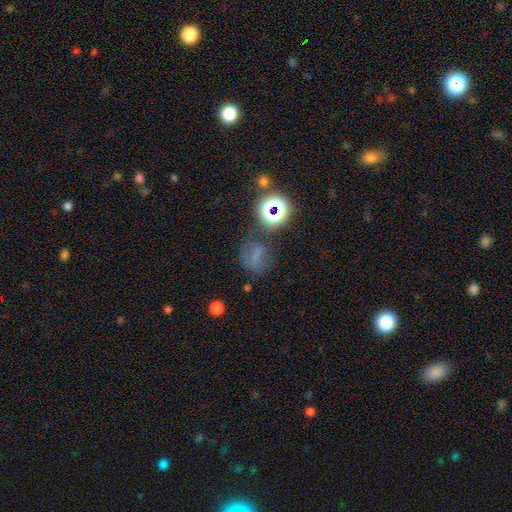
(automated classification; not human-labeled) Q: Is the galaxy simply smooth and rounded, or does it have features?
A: smooth — 50%.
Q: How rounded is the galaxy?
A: round — 58%.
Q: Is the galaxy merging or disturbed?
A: none — 61%.